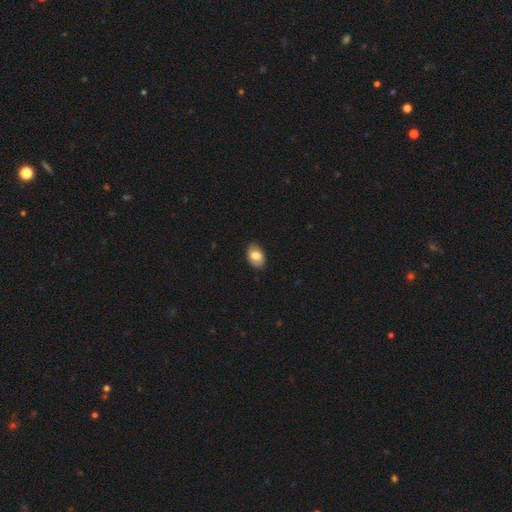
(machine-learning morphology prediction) The model was most divided on "smooth or featured": smooth: 75%, featured or disk: 18%, star or artifact: 7%. More confident: how rounded — in between (87%); merging — none (84%).